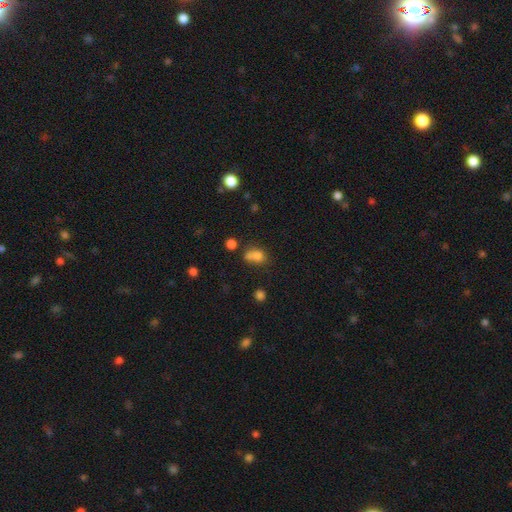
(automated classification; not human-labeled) A smooth galaxy with no disk features (75%) that is round (50%).

Vote fractions:
- Smooth or featured? smooth: 75% / star or artifact: 14% / featured or disk: 11%
- How rounded? round: 50% / in between: 49% / cigar-shaped: 2%
- Merging? merger: 44% / none: 34% / minor disturbance: 14% / major disturbance: 8%